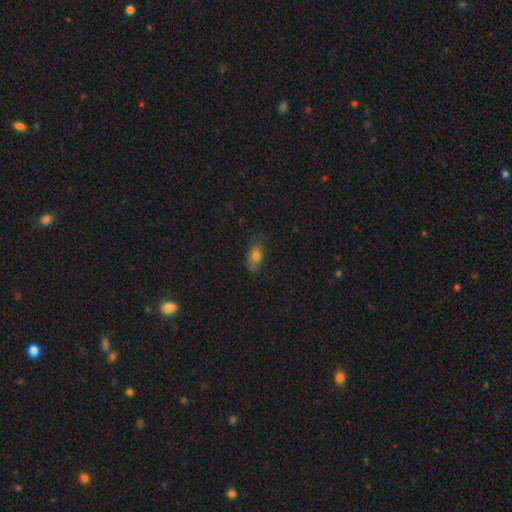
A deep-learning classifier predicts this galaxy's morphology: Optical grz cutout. It shows a smooth galaxy with no disk features (75%) that is in between round and cigar-shaped (85%). Merging: none (73%).